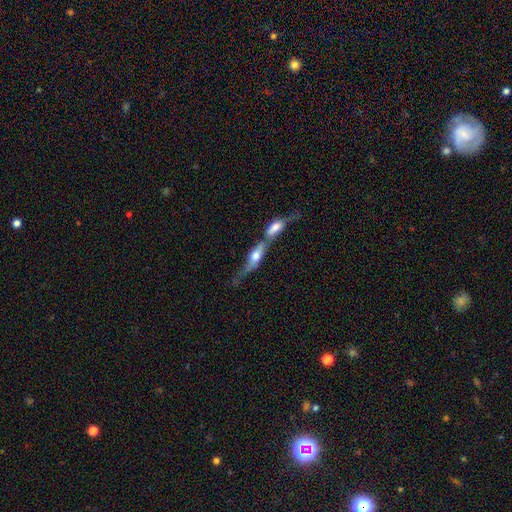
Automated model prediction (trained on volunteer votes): The model was most divided on "smooth or featured": featured or disk: 52%, smooth: 41%, star or artifact: 7%. More confident: edge-on disk — yes (73%); merging — merger (64%).